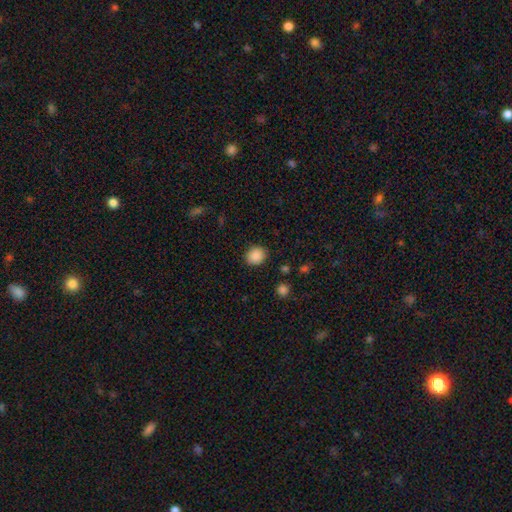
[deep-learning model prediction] Smooth or featured? Predicted: smooth (p=0.88). How rounded? Predicted: round (p=0.76). Merging? Predicted: none (p=0.89).